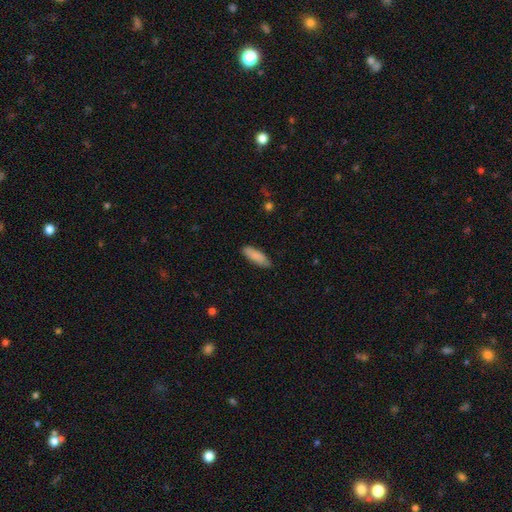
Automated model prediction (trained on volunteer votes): Q: Smooth or featured?
A: smooth (86%); runner-up: featured or disk (8%)
Q: How rounded?
A: in between (60%); runner-up: cigar-shaped (39%)
Q: Merging?
A: none (81%); runner-up: minor disturbance (15%)